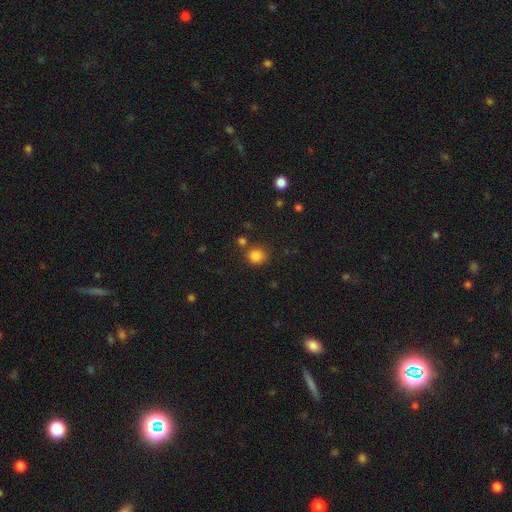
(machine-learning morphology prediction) type=smooth (84%); roundness=round (85%); merging=none (76%).